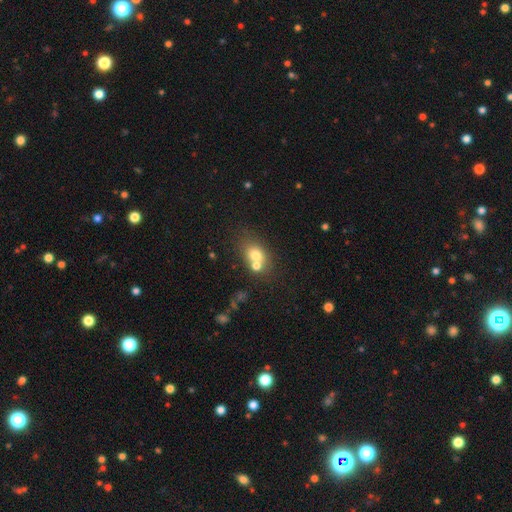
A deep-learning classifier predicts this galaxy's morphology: Smooth or featured?
  - smooth: 70% *
  - featured or disk: 18%
  - star or artifact: 12%
How rounded?
  - in between: 52% *
  - round: 47%
  - cigar-shaped: 1%
Merging?
  - merger: 46% *
  - none: 39%
  - minor disturbance: 10%
  - major disturbance: 5%